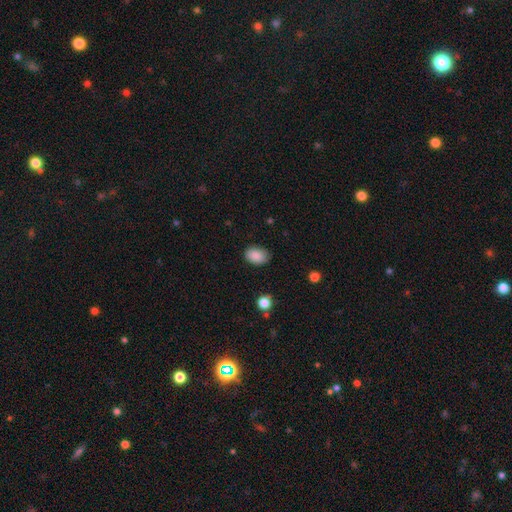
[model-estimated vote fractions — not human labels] The model was most divided on "how rounded": in between: 80%, round: 19%, cigar-shaped: 1%. More confident: smooth or featured — smooth (88%); merging — none (82%).